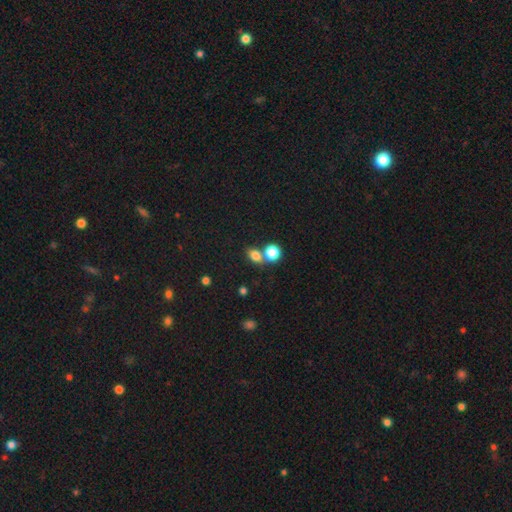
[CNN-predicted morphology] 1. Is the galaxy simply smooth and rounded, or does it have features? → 79% smooth, 13% star or artifact, 8% featured or disk.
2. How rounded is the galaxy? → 55% in between, 43% round, 2% cigar-shaped.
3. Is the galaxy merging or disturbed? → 47% none, 40% merger, 9% minor disturbance, 4% major disturbance.